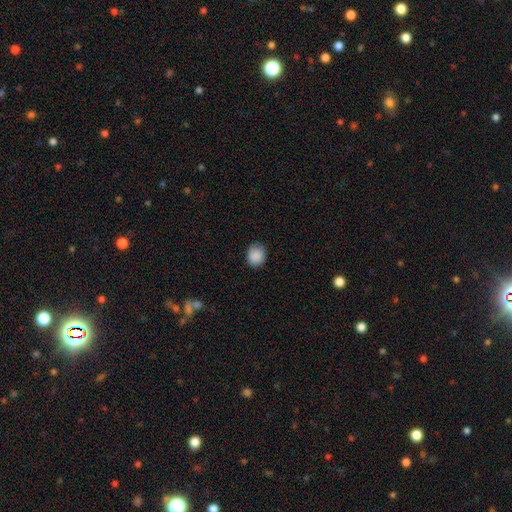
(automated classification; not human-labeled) A smooth galaxy with no disk features (89%) that is round (68%). Merging: none (82%).